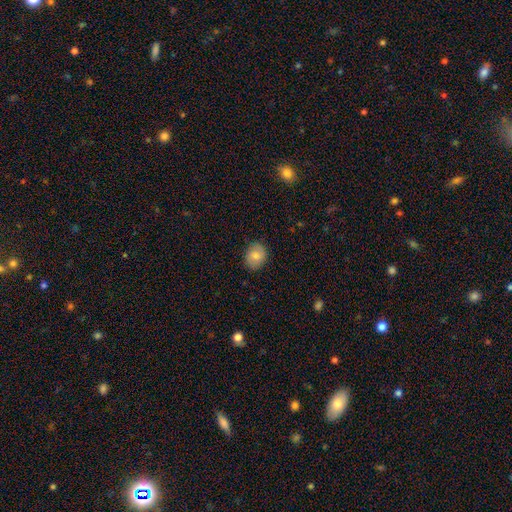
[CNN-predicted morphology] Q: Smooth or featured?
A: smooth (74%); runner-up: featured or disk (19%)
Q: How rounded?
A: round (52%); runner-up: in between (47%)
Q: Merging?
A: none (84%); runner-up: minor disturbance (12%)